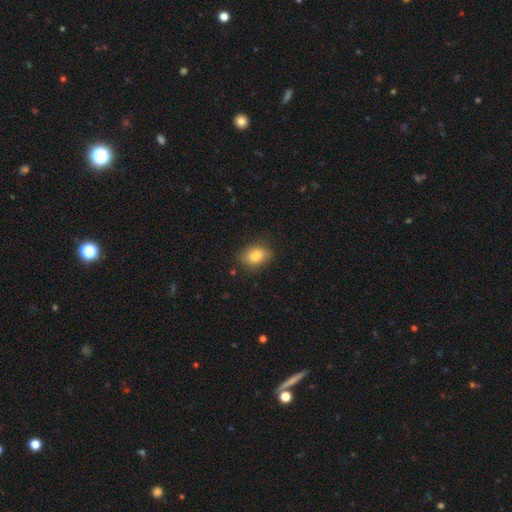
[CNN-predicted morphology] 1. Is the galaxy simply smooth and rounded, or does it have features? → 84% smooth, 8% star or artifact, 8% featured or disk.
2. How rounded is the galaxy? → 69% in between, 30% round, 1% cigar-shaped.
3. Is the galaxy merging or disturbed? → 82% none, 14% minor disturbance, 3% major disturbance, 1% merger.